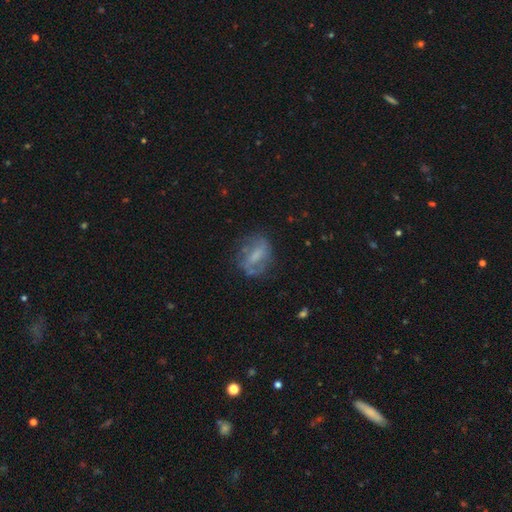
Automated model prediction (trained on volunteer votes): A featured or disk galaxy (55%) with a weak bar (44%), spiral arms (59%) and no central bulge (34%).

Vote fractions:
- Smooth or featured? featured or disk: 55% / smooth: 35% / star or artifact: 10%
- Edge-on disk? no: 95% / yes: 5%
- Bar? weak: 44% / no: 29% / strong: 27%
- Spiral arms? yes: 59% / no: 41%
- Bulge size? none: 34% / moderate: 29% / small: 29% / large: 6% / dominant: 1%
- Merging? none: 62% / minor disturbance: 22% / major disturbance: 14% / merger: 2%